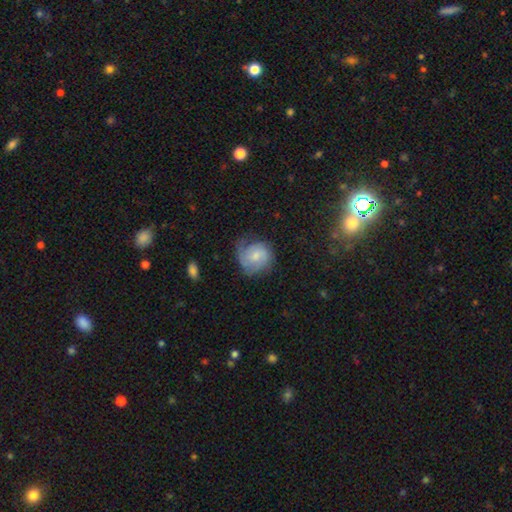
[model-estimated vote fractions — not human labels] smooth_or_featured: smooth (p=0.49) [alt: featured or disk p=0.43]
merging: none (p=0.52) [alt: minor disturbance p=0.30]